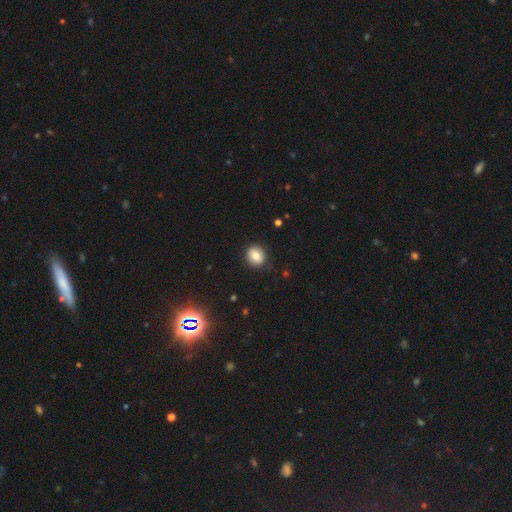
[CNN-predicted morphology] Q: Smooth or featured?
A: smooth (82%); runner-up: star or artifact (10%)
Q: How rounded?
A: round (75%); runner-up: in between (24%)
Q: Merging?
A: none (88%); runner-up: minor disturbance (9%)